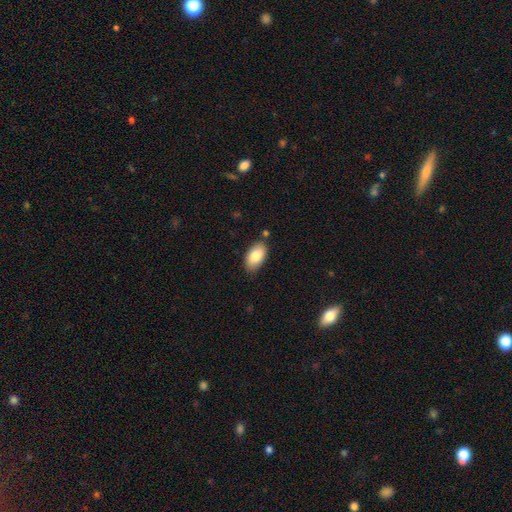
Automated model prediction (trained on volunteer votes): Smooth or featured?
  - smooth: 83% *
  - featured or disk: 11%
  - star or artifact: 7%
How rounded?
  - in between: 95% *
  - round: 4%
  - cigar-shaped: 2%
Merging?
  - none: 82% *
  - minor disturbance: 13%
  - merger: 3%
  - major disturbance: 2%